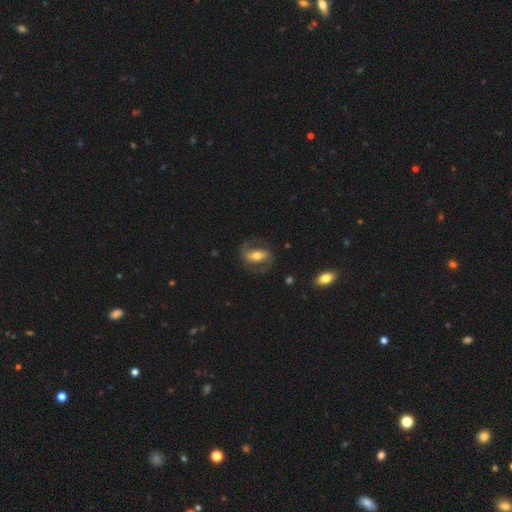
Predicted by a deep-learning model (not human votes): smooth-or-featured: featured or disk: 74% | smooth: 20% | star or artifact: 6%
  disk-edge-on: no: 94% | yes: 6%
    bar: strong: 49% | weak: 30% | no: 21%
    has-spiral-arms: yes: 84% | no: 16%
      spiral-winding: medium: 51% | loose: 29% | tight: 20%
      spiral-arm-count: 2: 89% | can't tell: 5% | 1: 3% | 3: 1% | 4: 1% | more than 4: 1%
    bulge-size: moderate: 67% | small: 18% | large: 12% | dominant: 1% | none: 1%
  merging: none: 73% | minor disturbance: 14% | major disturbance: 11% | merger: 1%